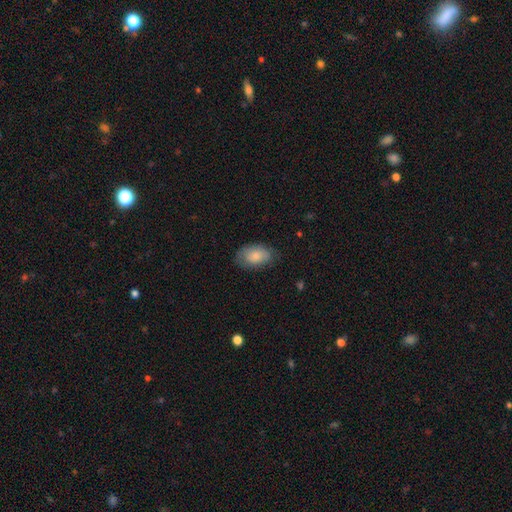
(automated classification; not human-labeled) Smooth or featured? Predicted: smooth (p=0.80). How rounded? Predicted: in between (p=0.91). Merging? Predicted: none (p=0.73).